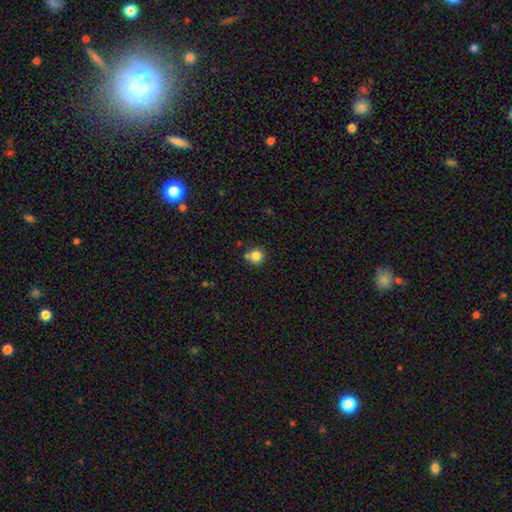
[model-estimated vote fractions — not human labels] The model was most divided on "merging": none: 73%, merger: 13%, minor disturbance: 11%, major disturbance: 3%. More confident: how rounded — round (92%); smooth or featured — smooth (82%).